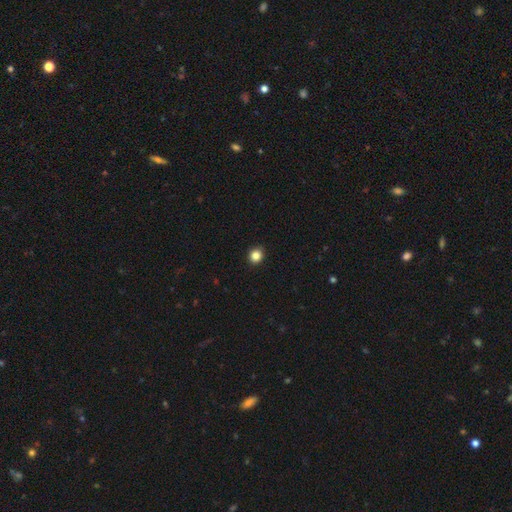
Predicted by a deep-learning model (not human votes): The model was most divided on "how rounded": round: 83%, in between: 16%, cigar-shaped: 1%. More confident: merging — none (91%); smooth or featured — smooth (85%).